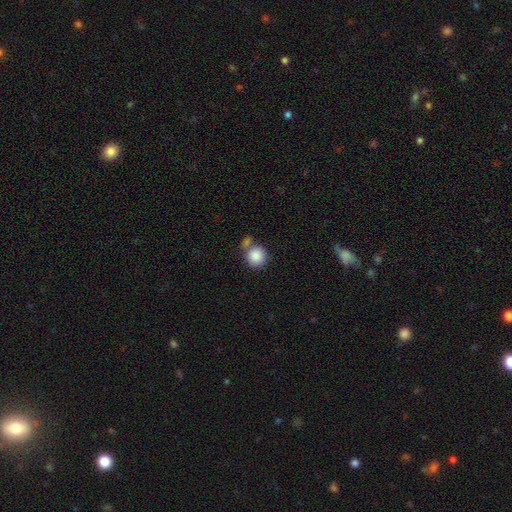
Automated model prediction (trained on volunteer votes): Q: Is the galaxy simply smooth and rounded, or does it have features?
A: smooth — 87%.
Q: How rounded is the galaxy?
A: round — 90%.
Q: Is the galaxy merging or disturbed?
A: none — 57%.